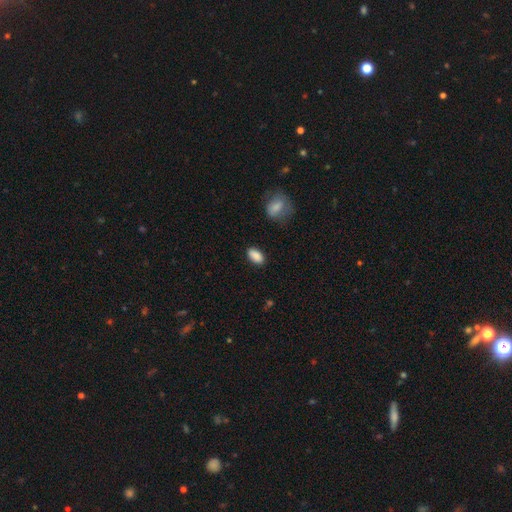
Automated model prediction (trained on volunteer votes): The model was most divided on "merging": none: 86%, minor disturbance: 10%, major disturbance: 2%, merger: 2%. More confident: how rounded — in between (92%); smooth or featured — smooth (89%).